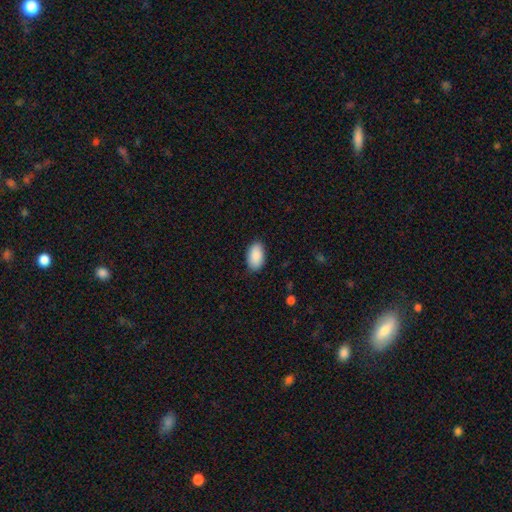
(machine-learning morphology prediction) smooth-or-featured: smooth: 91% | star or artifact: 6% | featured or disk: 3%
  how-rounded: in between: 95% | round: 4% | cigar-shaped: 1%
  merging: none: 87% | minor disturbance: 10% | major disturbance: 2% | merger: 1%